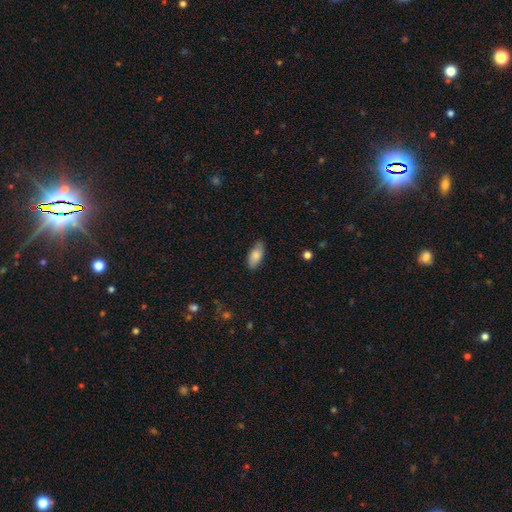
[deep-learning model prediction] Smooth or featured: smooth — 83% (featured or disk — 10%)
How rounded: in between — 87% (cigar-shaped — 11%)
Merging: none — 84% (minor disturbance — 13%)